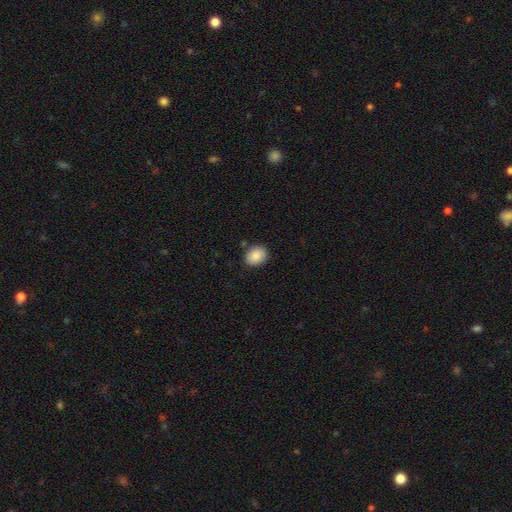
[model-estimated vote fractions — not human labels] Smooth or featured: smooth — 88% (star or artifact — 7%)
How rounded: in between — 51% (round — 48%)
Merging: none — 84% (minor disturbance — 11%)